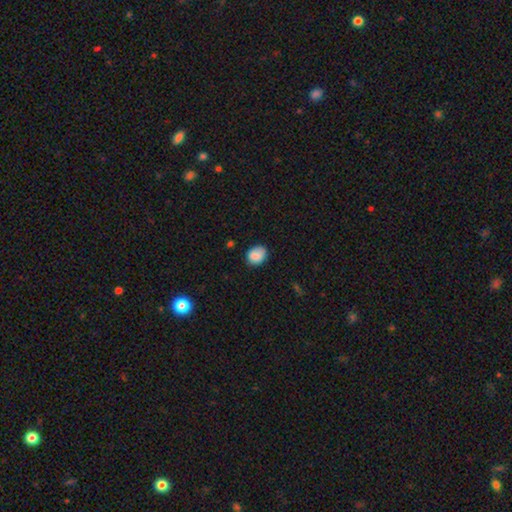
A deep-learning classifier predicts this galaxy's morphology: Smooth or featured? Predicted: smooth (p=0.86). How rounded? Predicted: round (p=0.50). Merging? Predicted: none (p=0.75).